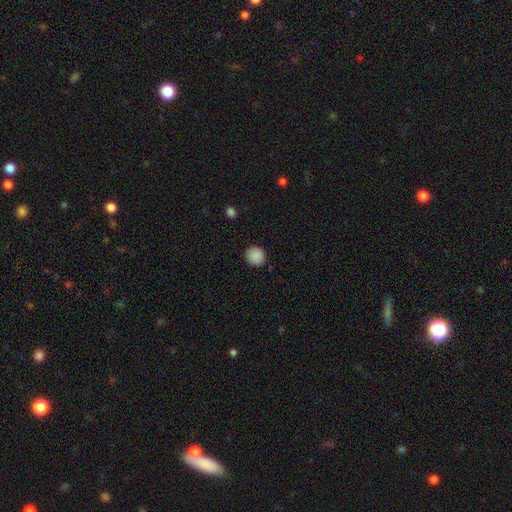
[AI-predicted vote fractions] The model was most divided on "how rounded": round: 89%, in between: 10%, cigar-shaped: 1%. More confident: merging — none (89%); smooth or featured — smooth (88%).